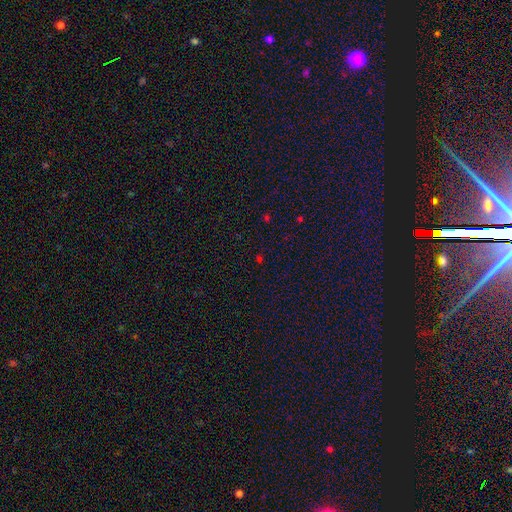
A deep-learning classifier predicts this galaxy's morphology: The model was most divided on "smooth or featured": star or artifact: 69%, smooth: 24%, featured or disk: 7%.